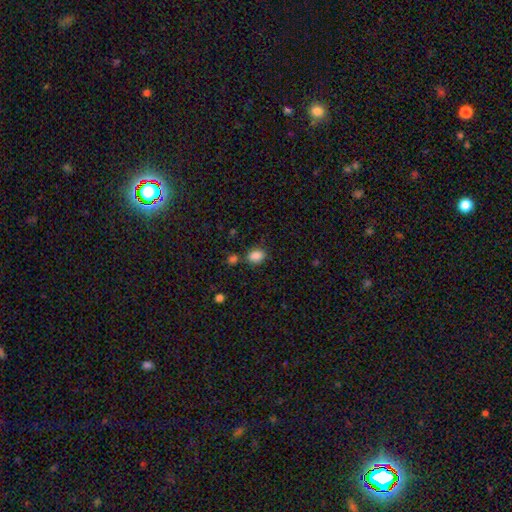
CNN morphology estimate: Q: Smooth or featured?
A: smooth (86%); runner-up: star or artifact (10%)
Q: How rounded?
A: in between (73%); runner-up: round (26%)
Q: Merging?
A: none (71%); runner-up: minor disturbance (14%)